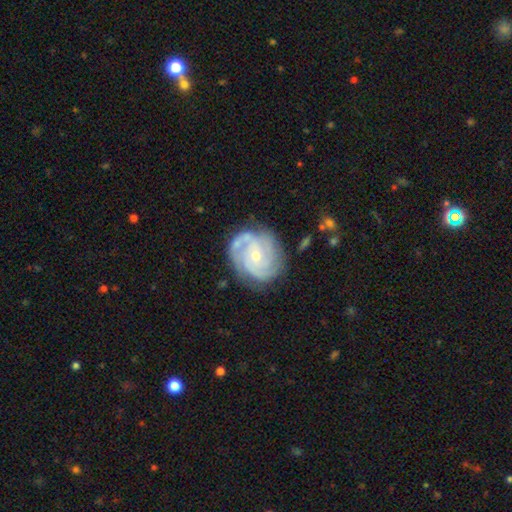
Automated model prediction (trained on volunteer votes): Smooth or featured?
  - featured or disk: 87% *
  - smooth: 8%
  - star or artifact: 5%
Edge-on disk?
  - no: 98% *
  - yes: 2%
Bar?
  - no: 64% *
  - weak: 30%
  - strong: 7%
Spiral arms?
  - yes: 97% *
  - no: 3%
Spiral winding?
  - tight: 63% *
  - medium: 31%
  - loose: 6%
Spiral arm count?
  - 3: 40% *
  - 2: 22%
  - can't tell: 17%
  - 4: 12%
  - 1: 5%
  - more than 4: 4%
Bulge size?
  - small: 60% *
  - moderate: 37%
  - large: 1%
  - none: 1%
  - dominant: 1%
Merging?
  - none: 73% *
  - minor disturbance: 18%
  - major disturbance: 6%
  - merger: 3%